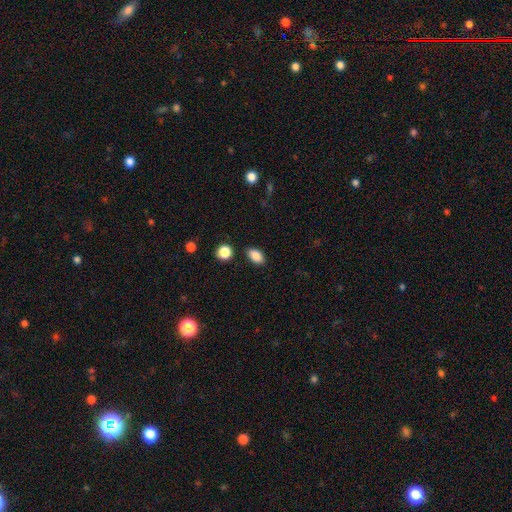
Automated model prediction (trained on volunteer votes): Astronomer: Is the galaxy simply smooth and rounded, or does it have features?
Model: smooth — 87%.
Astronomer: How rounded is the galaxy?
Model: in between — 88%.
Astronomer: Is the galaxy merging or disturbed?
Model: none — 86%.